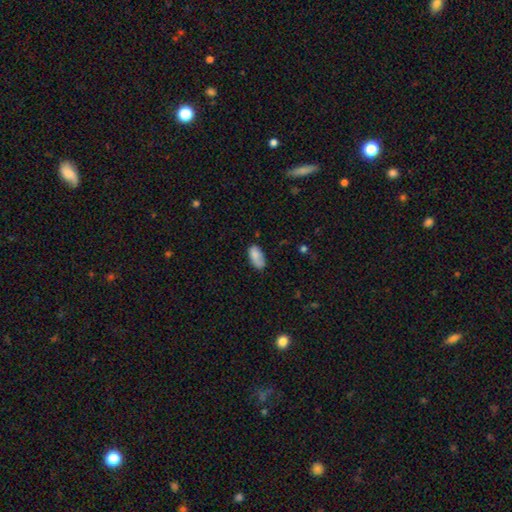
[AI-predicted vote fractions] smooth-or-featured: smooth: 82% | featured or disk: 10% | star or artifact: 8%
  how-rounded: in between: 93% | cigar-shaped: 4% | round: 3%
  merging: none: 62% | minor disturbance: 28% | major disturbance: 7% | merger: 3%